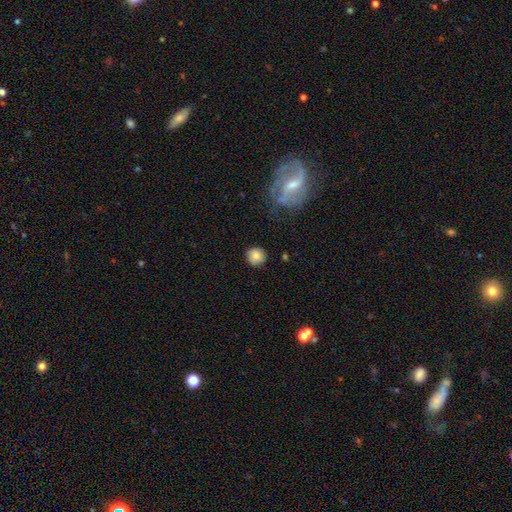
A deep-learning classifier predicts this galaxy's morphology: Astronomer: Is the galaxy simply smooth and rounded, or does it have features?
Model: smooth — 84%.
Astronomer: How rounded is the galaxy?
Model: round — 91%.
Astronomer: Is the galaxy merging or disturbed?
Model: none — 85%.